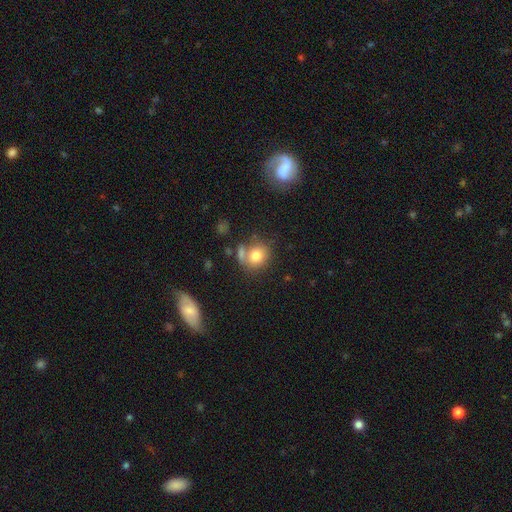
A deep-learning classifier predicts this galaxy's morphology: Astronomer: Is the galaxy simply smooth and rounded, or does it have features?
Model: smooth — 78%.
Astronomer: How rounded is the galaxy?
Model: round — 75%.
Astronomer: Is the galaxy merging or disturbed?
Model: none — 56%.